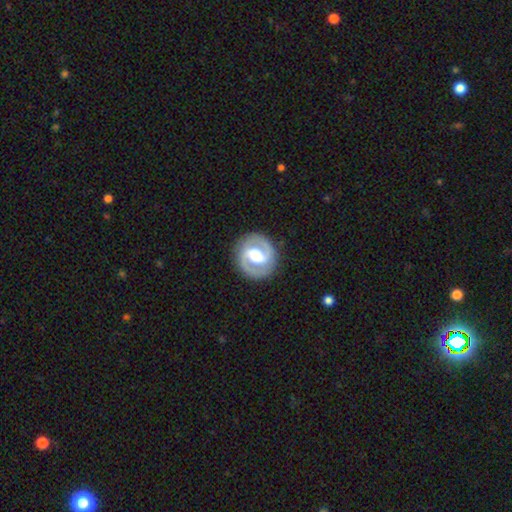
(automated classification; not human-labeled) Smooth or featured?
  - featured or disk: 84% *
  - smooth: 12%
  - star or artifact: 4%
Edge-on disk?
  - no: 98% *
  - yes: 2%
Bar?
  - weak: 45% *
  - strong: 35%
  - no: 20%
Spiral arms?
  - yes: 89% *
  - no: 11%
Spiral winding?
  - medium: 47% *
  - tight: 41%
  - loose: 11%
Spiral arm count?
  - 2: 92% *
  - can't tell: 3%
  - 1: 2%
  - 3: 1%
  - 4: 1%
  - more than 4: 1%
Bulge size?
  - moderate: 64% *
  - large: 26%
  - small: 7%
  - dominant: 2%
  - none: 1%
Merging?
  - none: 88% *
  - minor disturbance: 8%
  - major disturbance: 3%
  - merger: 1%